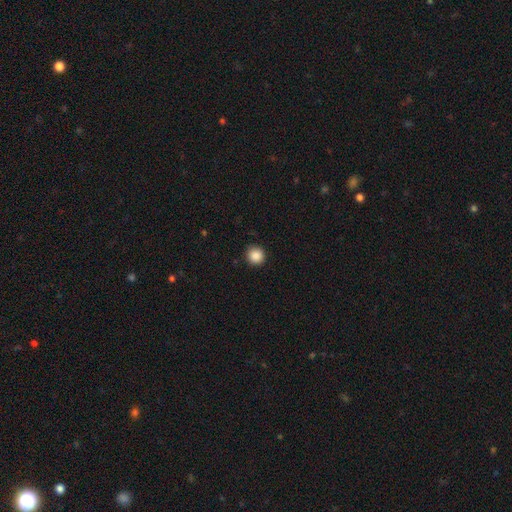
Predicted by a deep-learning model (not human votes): Q: Smooth or featured?
A: smooth (88%); runner-up: star or artifact (9%)
Q: How rounded?
A: round (94%); runner-up: in between (5%)
Q: Merging?
A: none (90%); runner-up: minor disturbance (7%)